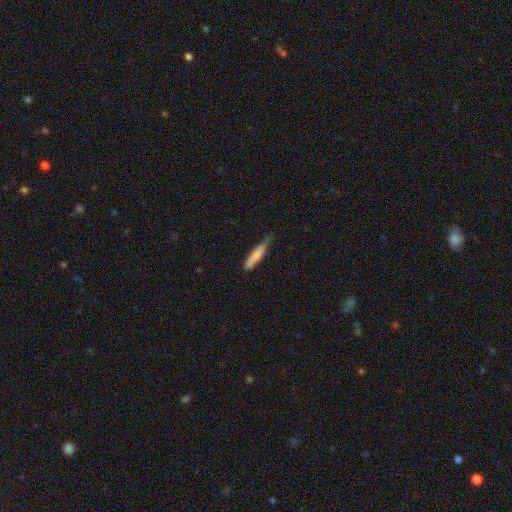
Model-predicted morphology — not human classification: smooth 75%, featured or disk 20%, star or artifact 6%. Down the decision tree: how rounded — cigar-shaped (89%); merging — none (51%).